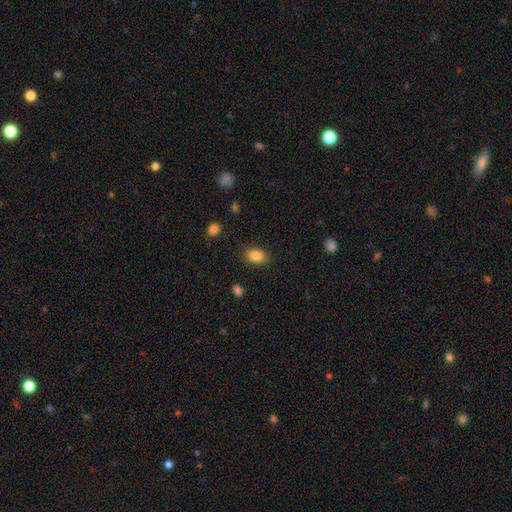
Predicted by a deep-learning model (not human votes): smooth 85%, star or artifact 9%, featured or disk 6%. Down the decision tree: how rounded — in between (83%); merging — none (84%).